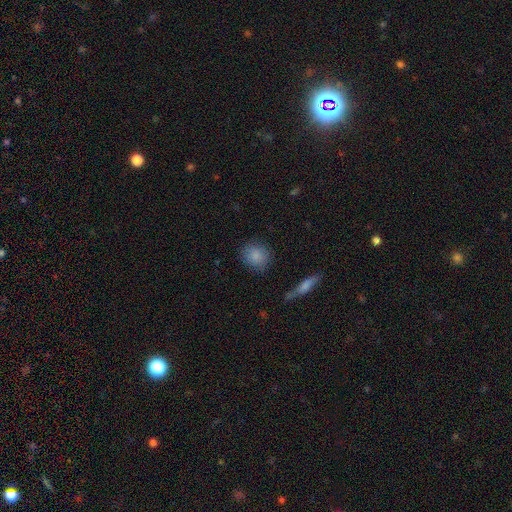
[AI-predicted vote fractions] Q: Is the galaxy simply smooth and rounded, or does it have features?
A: smooth — 86%.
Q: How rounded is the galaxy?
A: round — 81%.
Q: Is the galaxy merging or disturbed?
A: none — 84%.